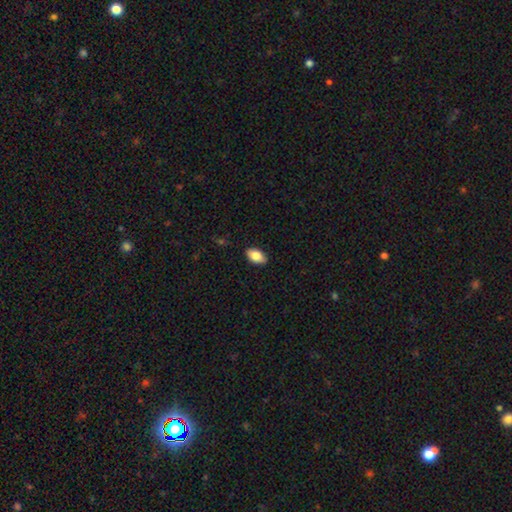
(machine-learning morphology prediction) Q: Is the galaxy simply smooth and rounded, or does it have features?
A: smooth — 84%.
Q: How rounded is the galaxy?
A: in between — 93%.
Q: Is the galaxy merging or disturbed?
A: none — 89%.